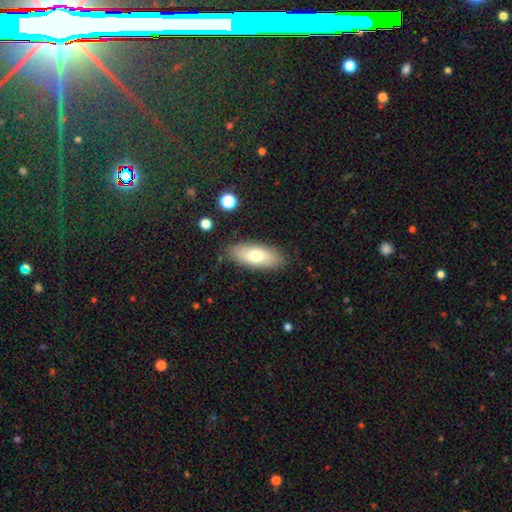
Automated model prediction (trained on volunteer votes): This appears to be a smooth galaxy with no disk features (71%) that is in between round and cigar-shaped (79%). Merging: none (85%).